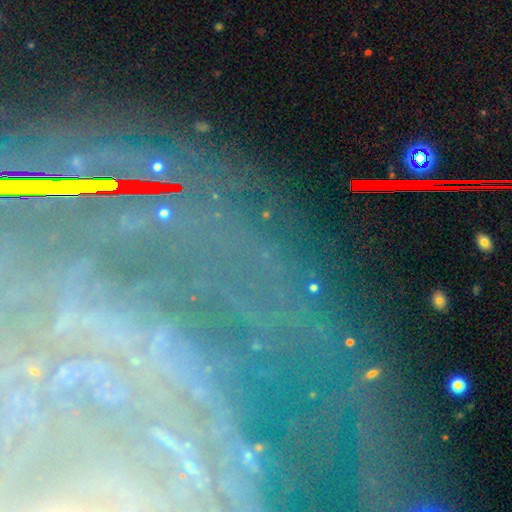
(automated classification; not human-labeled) smooth-or-featured: featured or disk: 49% | star or artifact: 37% | smooth: 15%
  merging: none: 75% | minor disturbance: 13% | major disturbance: 8% | merger: 4%